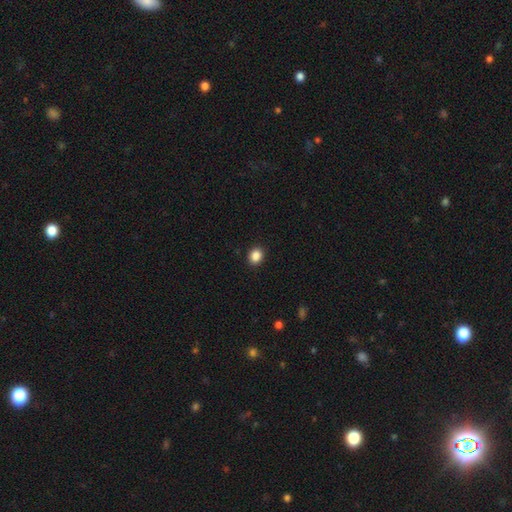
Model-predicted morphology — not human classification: Overall: smooth (87%). How rounded: round (64%; in between 35%). Merging: none (91%).